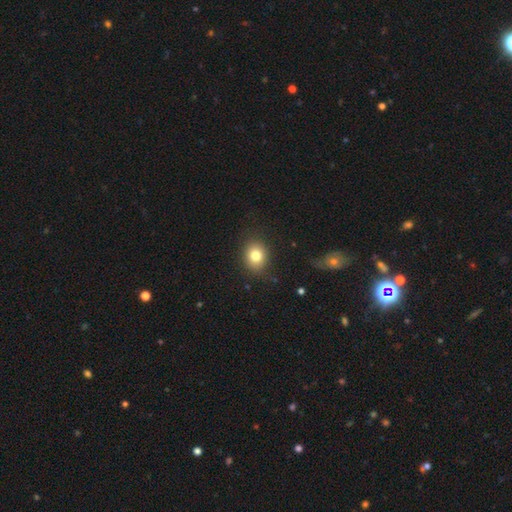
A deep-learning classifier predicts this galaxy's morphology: type=smooth (81%); roundness=round (58%); merging=none (84%).